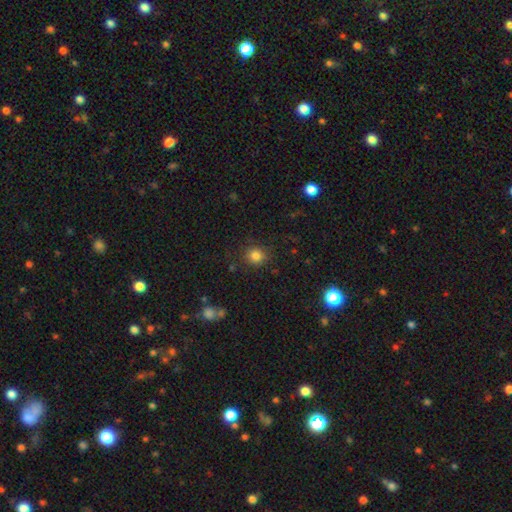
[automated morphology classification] The model was most divided on "smooth or featured": smooth: 82%, star or artifact: 13%, featured or disk: 5%. More confident: how rounded — round (88%); merging — none (86%).